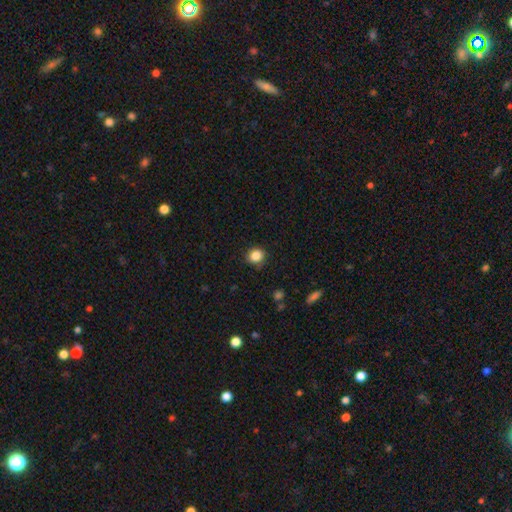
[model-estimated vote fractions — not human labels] This is clearly a smooth galaxy (86%). How rounded: likely round (78%). Merging: clearly none (85%).